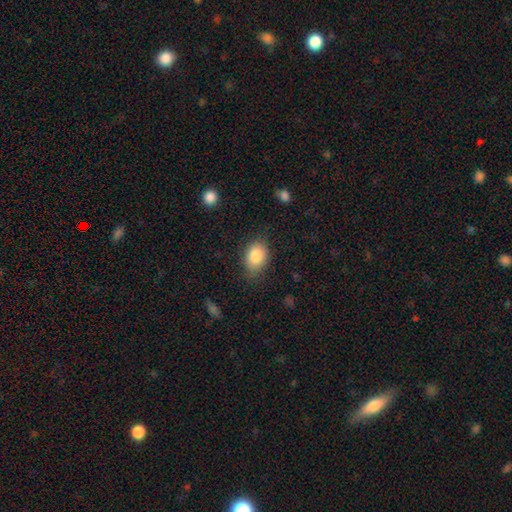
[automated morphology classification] A smooth galaxy with no disk features (84%) that is in between round and cigar-shaped (76%). Merging: none (76%).